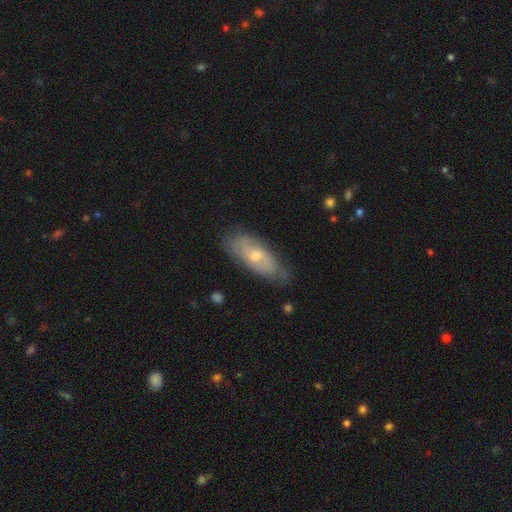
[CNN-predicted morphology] type=featured or disk (54%); edge-on=no (79%); merging=none (68%).